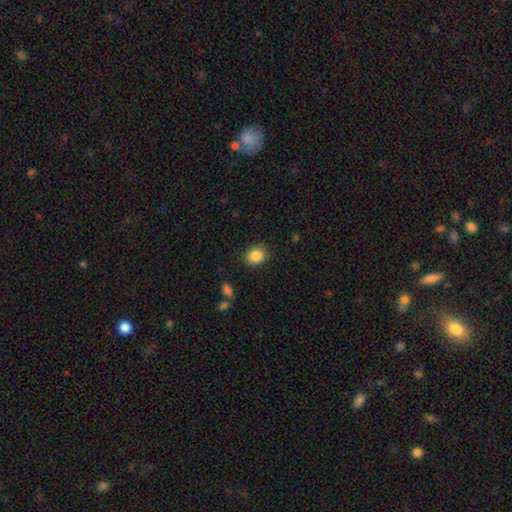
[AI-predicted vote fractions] This appears to be a smooth galaxy with no disk features (86%) that is round (60%). Merging: none (85%).